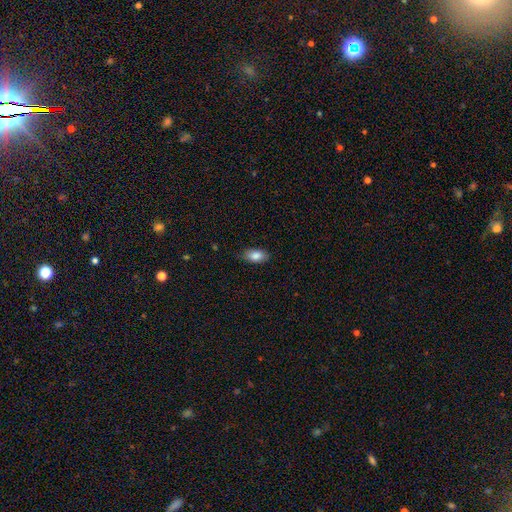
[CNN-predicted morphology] type=smooth (86%); roundness=in between (91%); merging=none (82%).